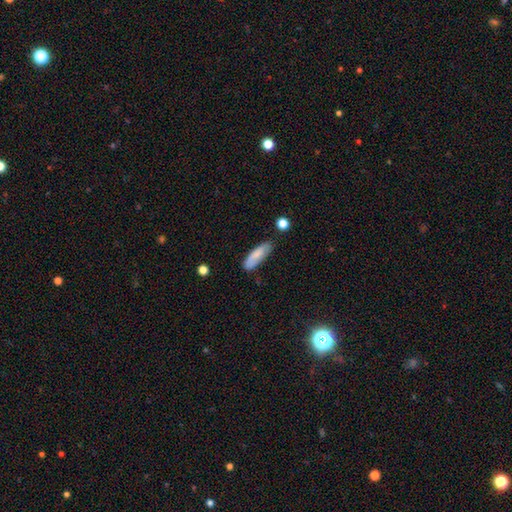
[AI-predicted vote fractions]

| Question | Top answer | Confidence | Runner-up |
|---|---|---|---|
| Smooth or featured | smooth | 78% | featured or disk (15%) |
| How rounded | cigar-shaped | 51% | in between (47%) |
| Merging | none | 73% | minor disturbance (20%) |